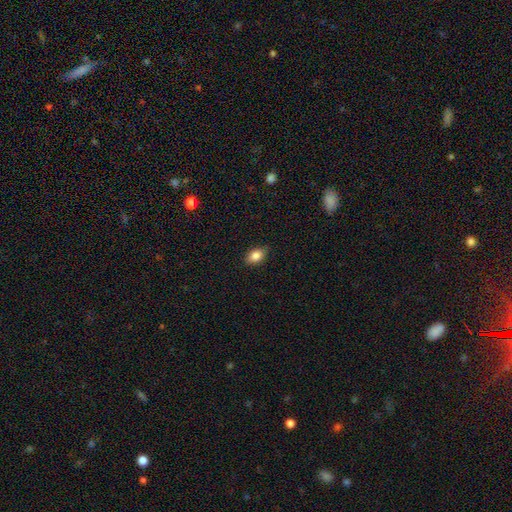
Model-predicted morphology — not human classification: smooth_or_featured: smooth (p=0.84) [alt: star or artifact p=0.08]
how_rounded: in between (p=0.83) [alt: round p=0.15]
merging: none (p=0.85) [alt: minor disturbance p=0.12]